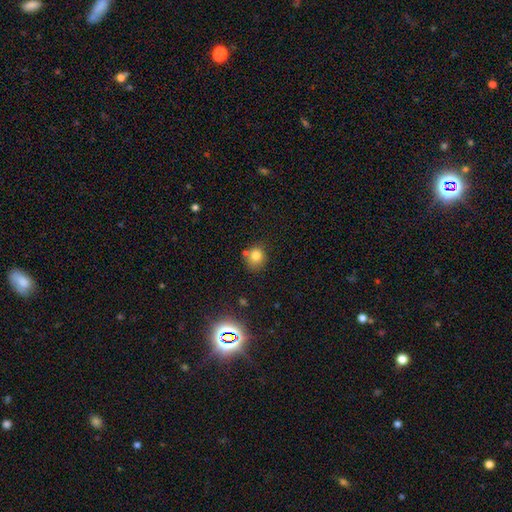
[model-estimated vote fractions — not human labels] smooth-or-featured: smooth: 78% | star or artifact: 13% | featured or disk: 9%
  how-rounded: round: 78% | in between: 22% | cigar-shaped: 1%
  merging: none: 64% | minor disturbance: 17% | merger: 14% | major disturbance: 5%